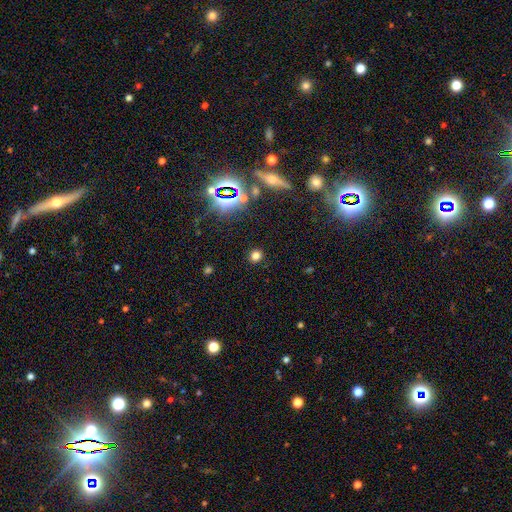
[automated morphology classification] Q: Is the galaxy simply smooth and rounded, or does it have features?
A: smooth — 71%.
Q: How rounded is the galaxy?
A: round — 87%.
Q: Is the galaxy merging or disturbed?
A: none — 89%.